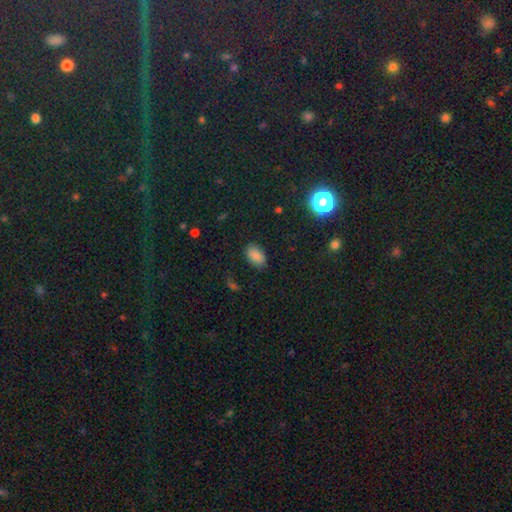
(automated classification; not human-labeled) Smooth or featured?
  - smooth: 85% *
  - star or artifact: 11%
  - featured or disk: 4%
How rounded?
  - in between: 91% *
  - round: 8%
  - cigar-shaped: 2%
Merging?
  - none: 83% *
  - minor disturbance: 12%
  - major disturbance: 3%
  - merger: 1%